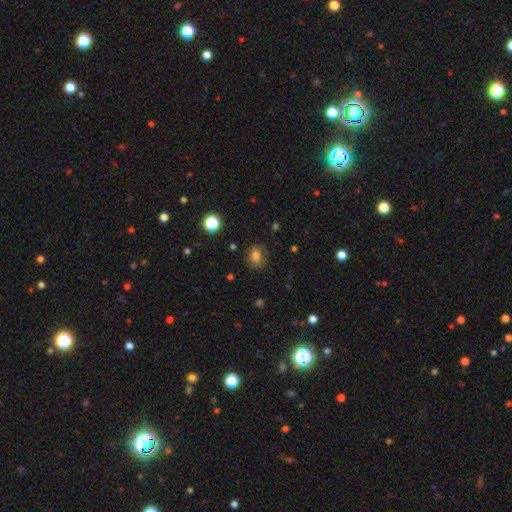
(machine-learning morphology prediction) Smooth or featured? smooth (76%)
How rounded? in between (59%)
Merging? none (75%)